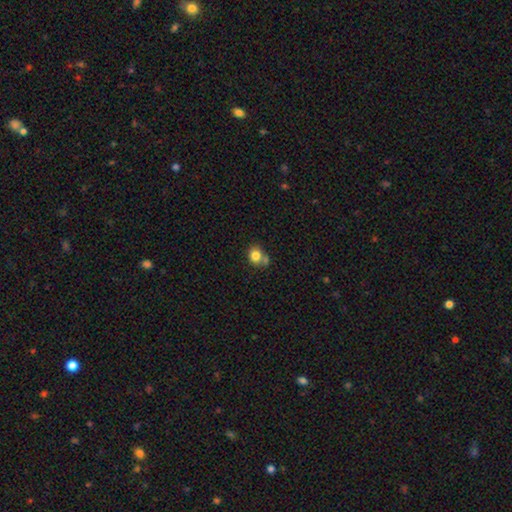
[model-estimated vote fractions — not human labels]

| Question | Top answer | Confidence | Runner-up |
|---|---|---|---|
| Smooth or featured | smooth | 81% | star or artifact (10%) |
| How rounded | round | 69% | in between (30%) |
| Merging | none | 53% | merger (27%) |